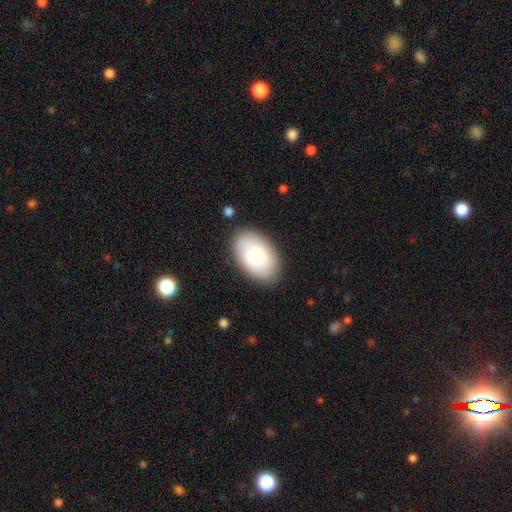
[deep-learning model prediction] This is likely a smooth galaxy (66%). How rounded: clearly in between (90%). Merging: clearly none (84%).